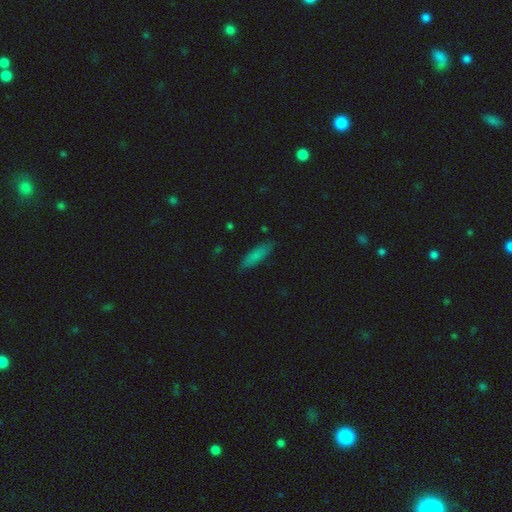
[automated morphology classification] smooth_or_featured: smooth (p=0.81) [alt: featured or disk p=0.11]
how_rounded: cigar-shaped (p=0.62) [alt: in between p=0.36]
merging: none (p=0.85) [alt: minor disturbance p=0.11]